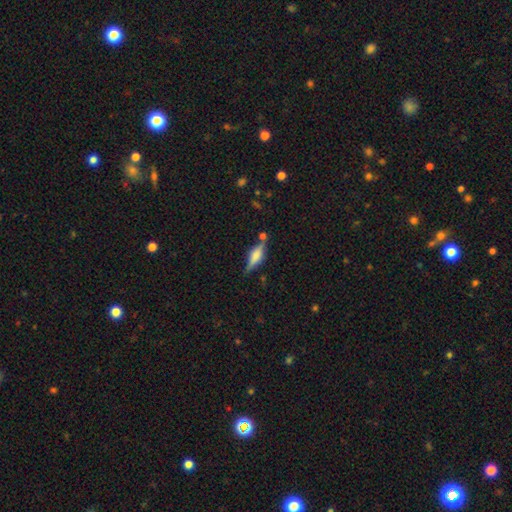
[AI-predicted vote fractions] This is possibly a featured or disk galaxy (59%). It is clearly viewed edge-on (94%). Edge-on bulge: likely rounded (67%). Merging: likely none (71%).